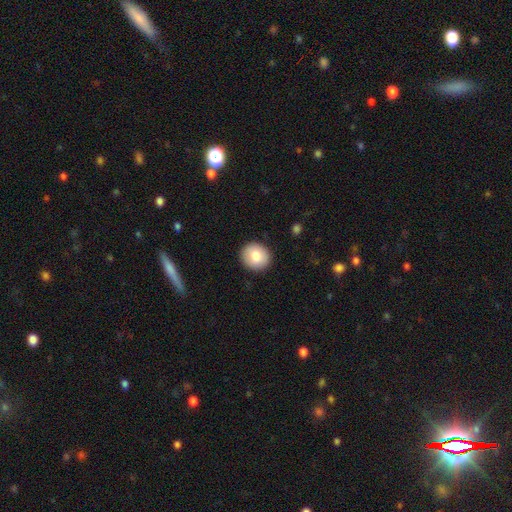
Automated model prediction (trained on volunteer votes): smooth_or_featured: smooth (p=0.80) [alt: featured or disk p=0.13]
how_rounded: round (p=0.85) [alt: in between p=0.14]
merging: none (p=0.91) [alt: minor disturbance p=0.06]